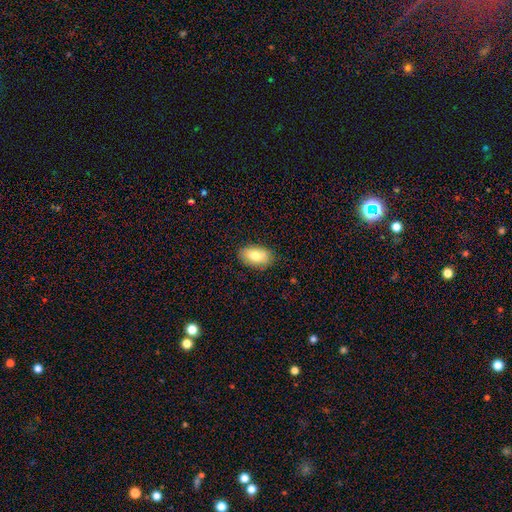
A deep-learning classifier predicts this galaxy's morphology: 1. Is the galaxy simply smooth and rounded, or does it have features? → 78% smooth, 15% featured or disk, 7% star or artifact.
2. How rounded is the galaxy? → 93% in between, 6% round, 2% cigar-shaped.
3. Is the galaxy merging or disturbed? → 85% none, 12% minor disturbance, 2% major disturbance, 1% merger.